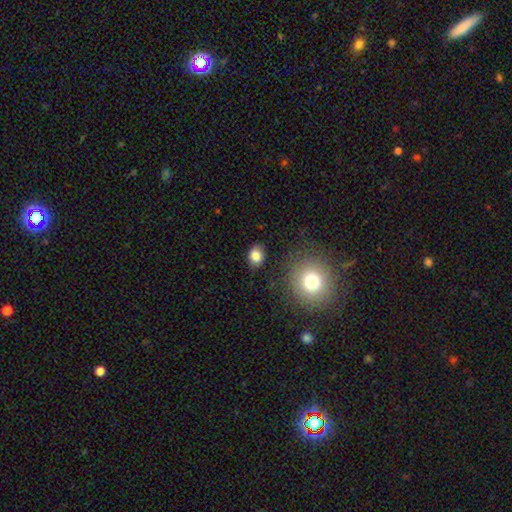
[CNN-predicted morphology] smooth 83%, star or artifact 10%, featured or disk 6%. Down the decision tree: how rounded — in between (53%); merging — none (84%).